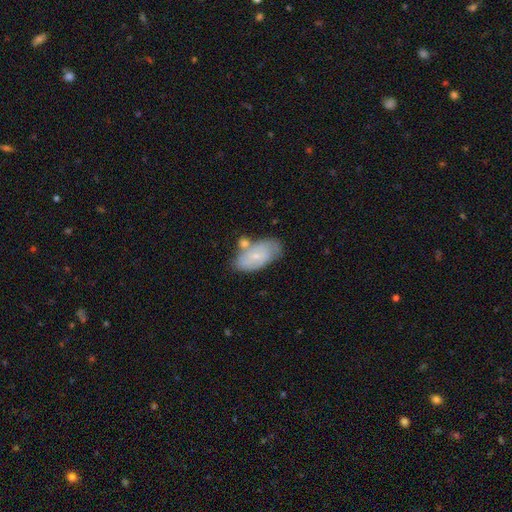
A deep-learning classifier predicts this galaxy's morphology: Smooth or featured?
  - smooth: 54% *
  - featured or disk: 39%
  - star or artifact: 7%
How rounded?
  - in between: 92% *
  - round: 4%
  - cigar-shaped: 4%
Merging?
  - none: 53% *
  - minor disturbance: 22%
  - merger: 18%
  - major disturbance: 6%